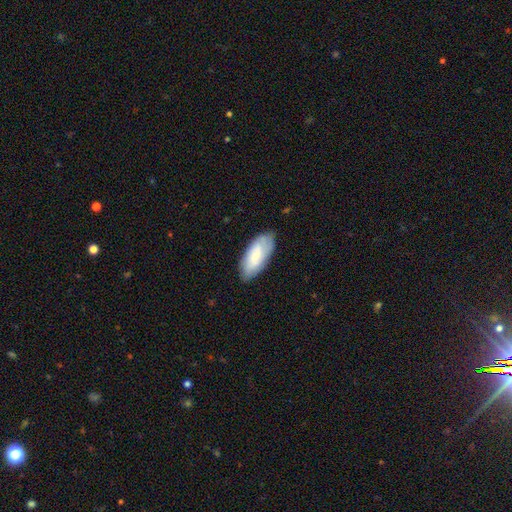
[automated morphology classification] A smooth galaxy with no disk features (71%) that is in between round and cigar-shaped (85%).

Vote fractions:
- Smooth or featured? smooth: 71% / featured or disk: 23% / star or artifact: 6%
- How rounded? in between: 85% / cigar-shaped: 13% / round: 2%
- Merging? none: 76% / minor disturbance: 19% / major disturbance: 3% / merger: 1%